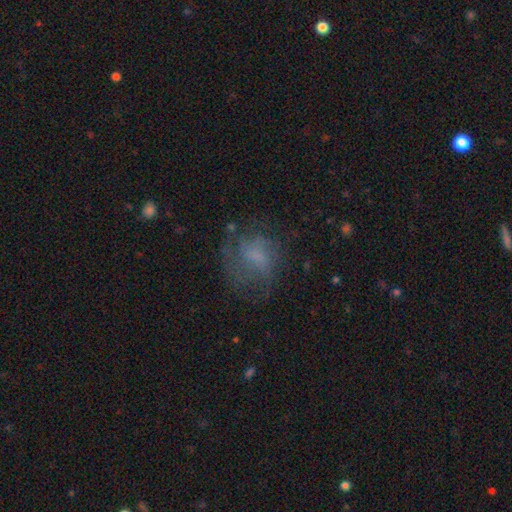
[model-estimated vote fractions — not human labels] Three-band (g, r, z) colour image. It shows a featured or disk galaxy (49%). Merging: none (56%).